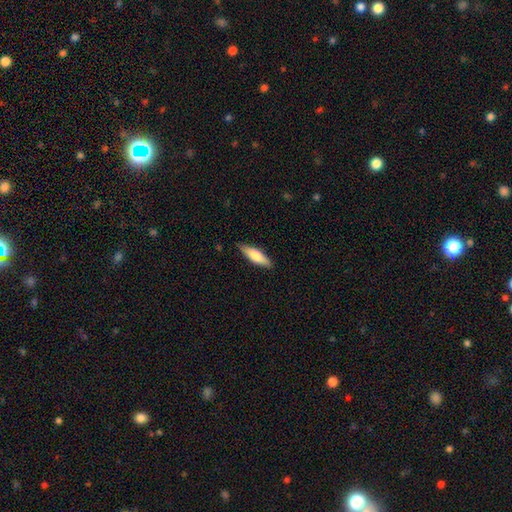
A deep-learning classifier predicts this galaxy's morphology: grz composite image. It shows a smooth galaxy with no disk features (70%) that is cigar-shaped (56%). Merging: none (85%).